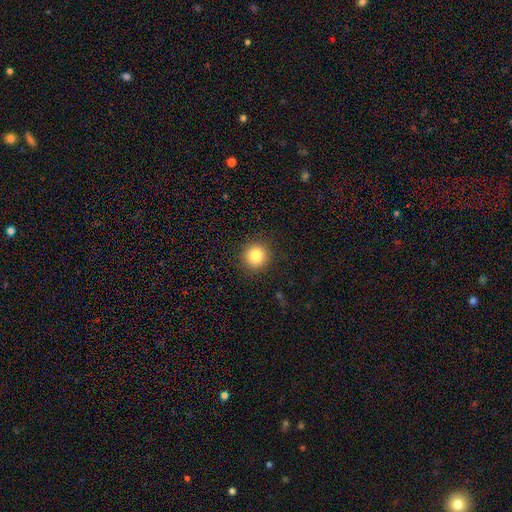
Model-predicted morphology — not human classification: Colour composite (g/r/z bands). It shows a smooth galaxy with no disk features (85%) that is round (94%). Merging: none (91%).